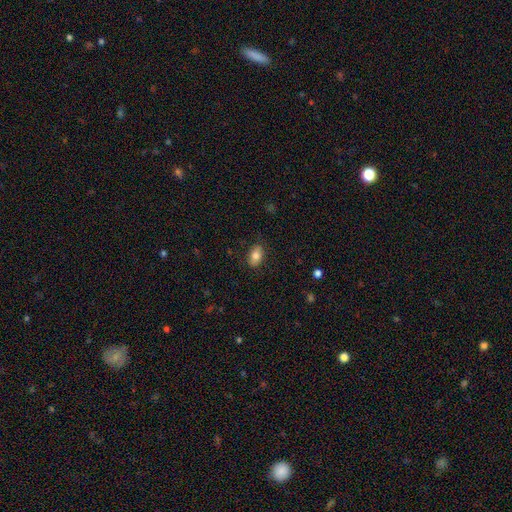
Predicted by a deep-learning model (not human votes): Smooth or featured: smooth — 81% (featured or disk — 11%)
How rounded: in between — 90% (round — 8%)
Merging: none — 85% (minor disturbance — 12%)